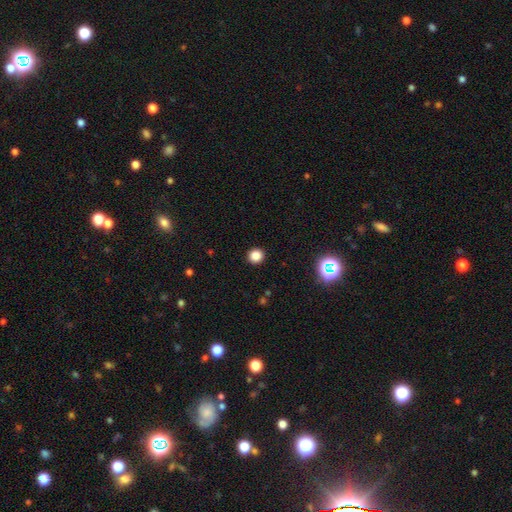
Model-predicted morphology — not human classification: The model was most divided on "smooth or featured": smooth: 83%, star or artifact: 14%, featured or disk: 3%. More confident: merging — none (93%); how rounded — round (92%).